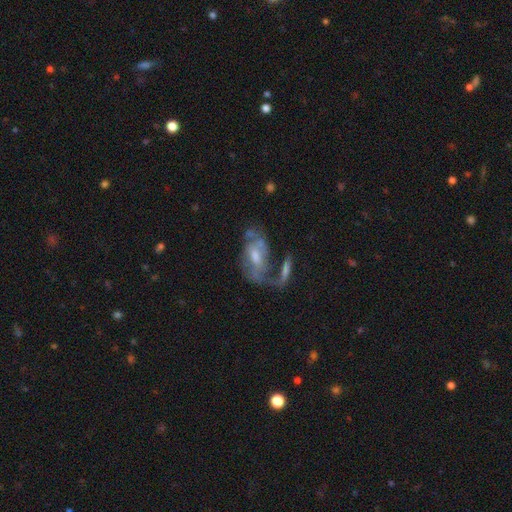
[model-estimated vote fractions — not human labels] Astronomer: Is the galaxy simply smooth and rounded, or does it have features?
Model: featured or disk — 67%.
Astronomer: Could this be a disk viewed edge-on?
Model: no — 93%.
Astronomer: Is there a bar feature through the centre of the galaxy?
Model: no — 47% (runner-up: weak, 41%).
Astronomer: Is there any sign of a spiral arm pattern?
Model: yes — 65%.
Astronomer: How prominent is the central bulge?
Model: moderate — 50% (runner-up: small, 33%).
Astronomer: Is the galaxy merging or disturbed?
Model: none — 31%, tied with major disturbance at 31%.